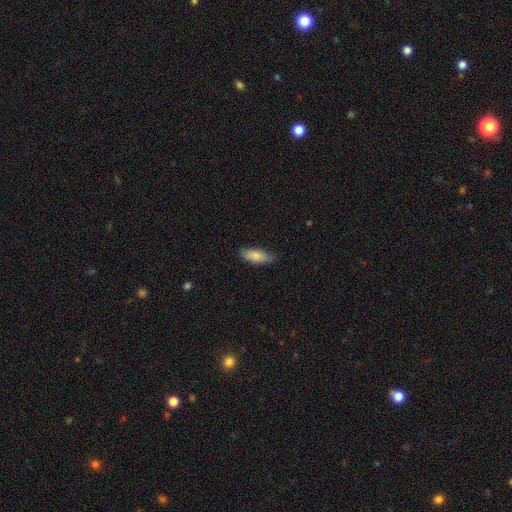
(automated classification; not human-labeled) smooth 83%, featured or disk 11%, star or artifact 6%. Down the decision tree: how rounded — in between (76%); merging — none (76%).